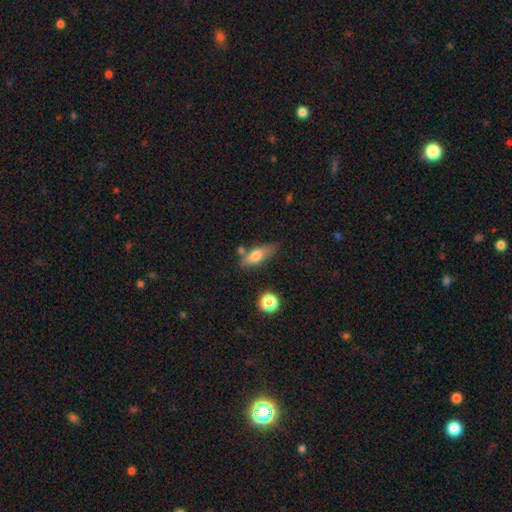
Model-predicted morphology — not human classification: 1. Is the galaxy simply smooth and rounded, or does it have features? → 67% smooth, 25% featured or disk, 8% star or artifact.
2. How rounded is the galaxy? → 61% in between, 34% cigar-shaped, 4% round.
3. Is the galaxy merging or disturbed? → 67% none, 18% minor disturbance, 10% merger, 5% major disturbance.